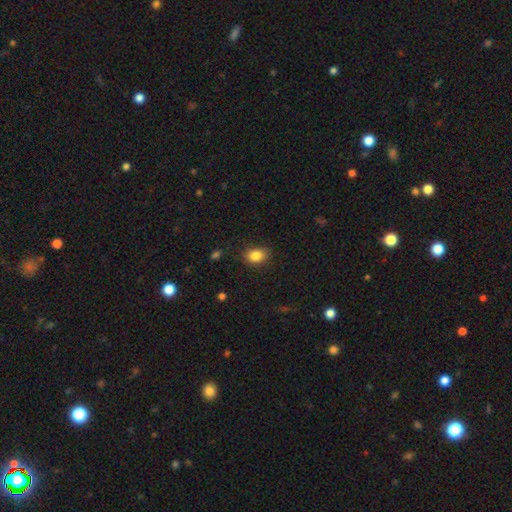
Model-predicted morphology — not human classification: Smooth or featured? Predicted: smooth (p=0.85). How rounded? Predicted: in between (p=0.68). Merging? Predicted: none (p=0.84).